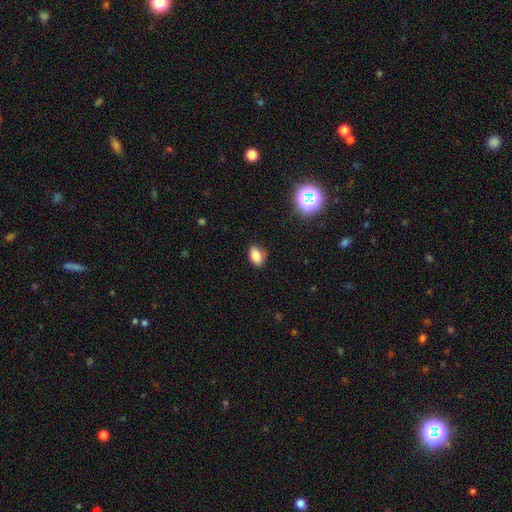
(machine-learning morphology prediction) This appears to be a smooth galaxy with no disk features (82%) that is in between round and cigar-shaped (87%). Merging: none (82%).